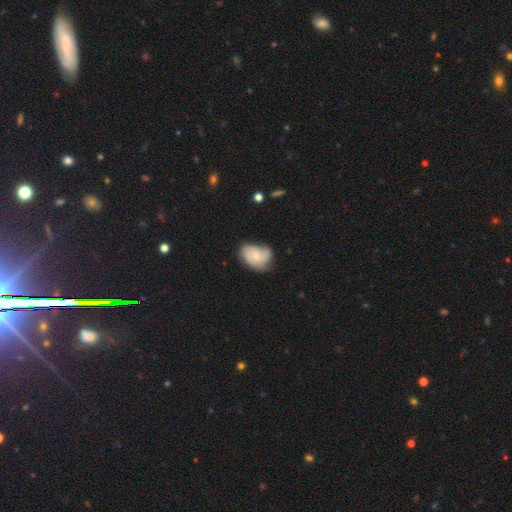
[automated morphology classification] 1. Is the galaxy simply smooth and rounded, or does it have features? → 56% featured or disk, 38% smooth, 6% star or artifact.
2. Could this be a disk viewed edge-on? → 97% no, 3% yes.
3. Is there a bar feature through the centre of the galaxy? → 72% no, 25% weak, 3% strong.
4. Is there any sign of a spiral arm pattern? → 88% yes, 12% no.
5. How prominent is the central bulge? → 52% small, 40% moderate, 4% none, 2% large, 1% dominant.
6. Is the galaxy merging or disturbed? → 55% none, 33% minor disturbance, 10% major disturbance, 2% merger.